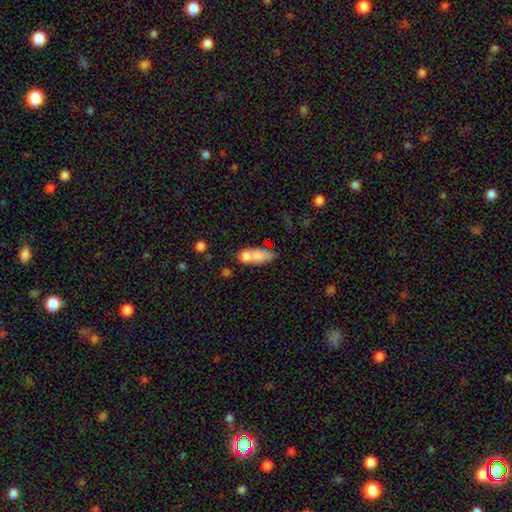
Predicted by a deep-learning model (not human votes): This appears to be a smooth galaxy with no disk features (70%) that is in between round and cigar-shaped (69%). Merging: merger (50%).